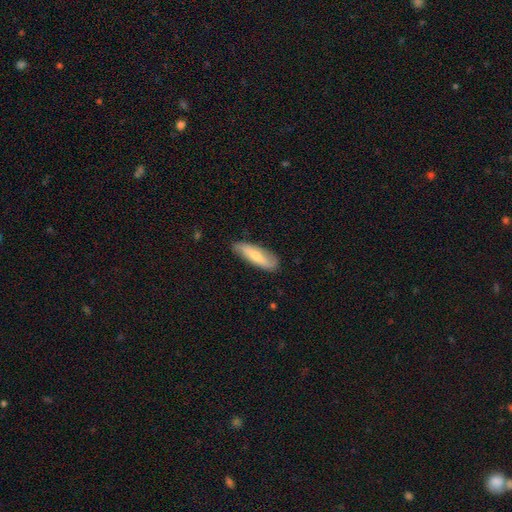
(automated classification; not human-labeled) smooth-or-featured: smooth: 59% | featured or disk: 35% | star or artifact: 6%
  how-rounded: cigar-shaped: 50% | in between: 48% | round: 2%
  merging: none: 80% | minor disturbance: 16% | major disturbance: 3% | merger: 1%